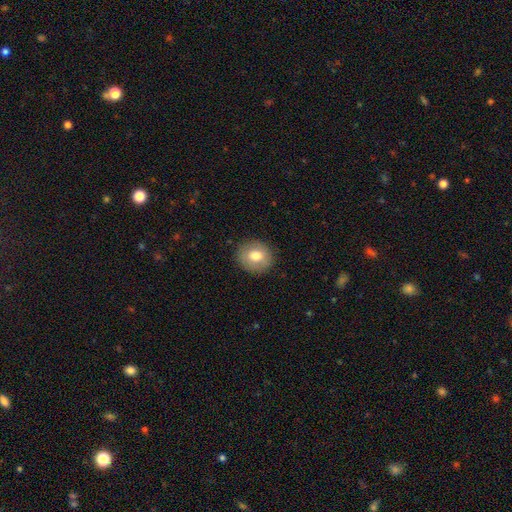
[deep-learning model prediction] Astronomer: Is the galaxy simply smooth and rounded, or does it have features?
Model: smooth — 76%.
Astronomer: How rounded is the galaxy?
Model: round — 82%.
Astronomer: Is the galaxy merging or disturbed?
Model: none — 89%.